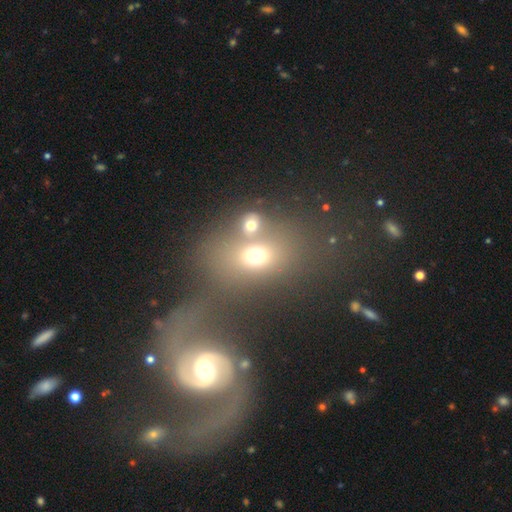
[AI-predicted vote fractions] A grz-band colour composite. It shows a smooth galaxy with no disk features (63%) that is in between round and cigar-shaped (59%). Merging: merger (45%).